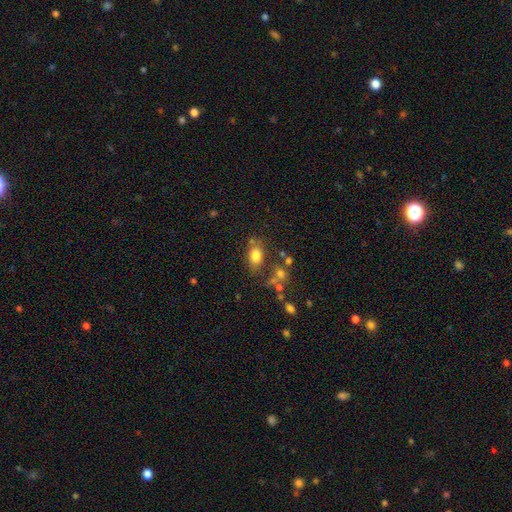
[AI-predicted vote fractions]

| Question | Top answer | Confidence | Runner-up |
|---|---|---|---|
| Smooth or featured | smooth | 78% | star or artifact (11%) |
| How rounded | in between | 78% | round (20%) |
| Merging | none | 64% | minor disturbance (17%) |